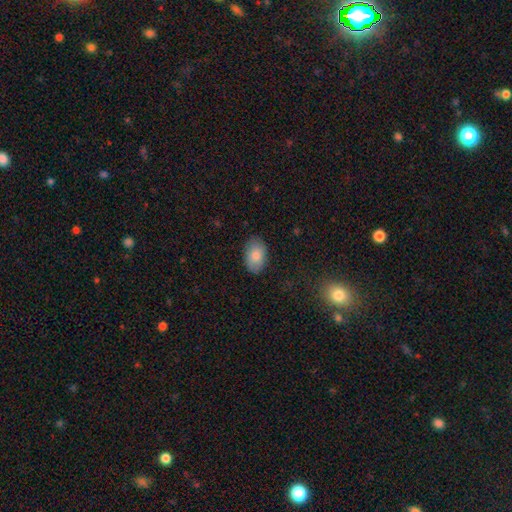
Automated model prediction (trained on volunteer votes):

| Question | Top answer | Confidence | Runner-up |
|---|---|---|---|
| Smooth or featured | smooth | 84% | featured or disk (9%) |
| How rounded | in between | 90% | round (8%) |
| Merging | none | 85% | minor disturbance (12%) |